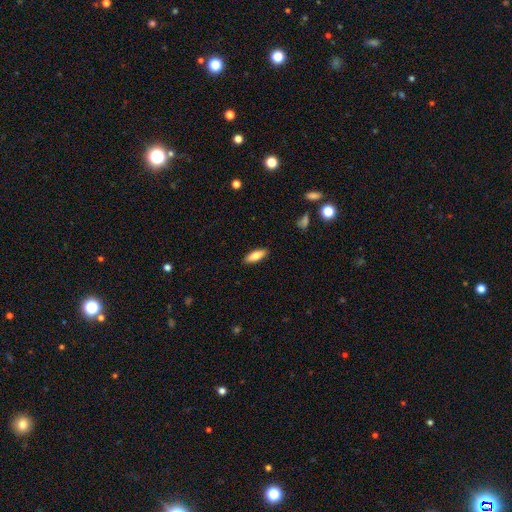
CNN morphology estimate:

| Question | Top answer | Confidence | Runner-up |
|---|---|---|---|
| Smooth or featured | smooth | 77% | featured or disk (17%) |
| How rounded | in between | 61% | cigar-shaped (37%) |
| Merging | none | 89% | minor disturbance (8%) |